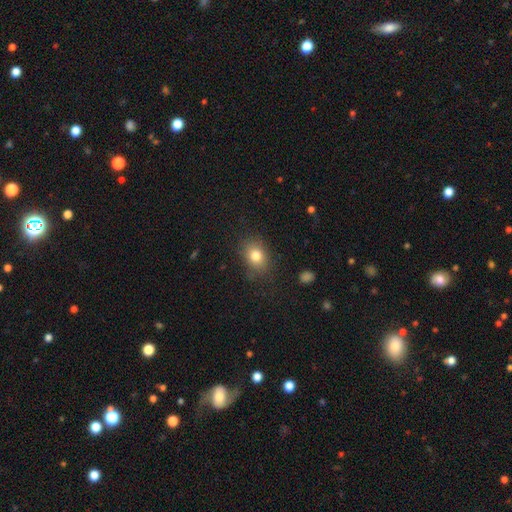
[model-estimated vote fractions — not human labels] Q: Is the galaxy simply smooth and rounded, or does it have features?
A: smooth — 80%.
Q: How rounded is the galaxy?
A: in between — 60%.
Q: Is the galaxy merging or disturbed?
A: none — 80%.